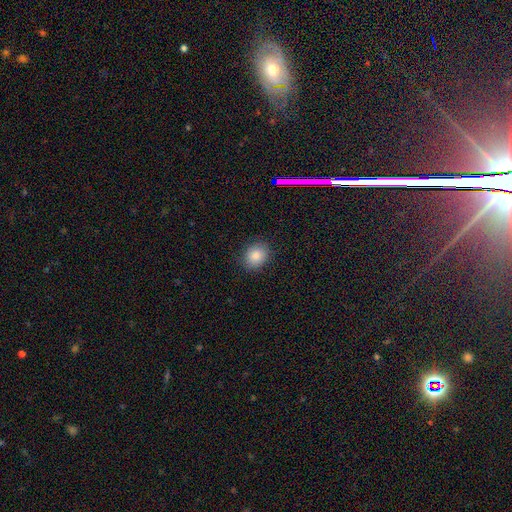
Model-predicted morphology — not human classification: This appears to be a smooth galaxy with no disk features (85%) that is round (59%). Merging: none (85%).